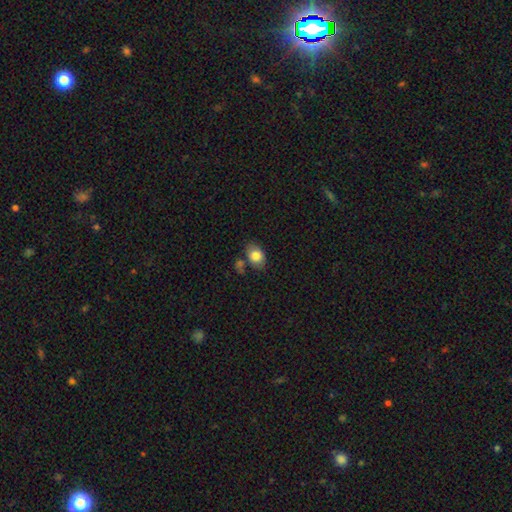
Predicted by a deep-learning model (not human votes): Morphology: type=smooth (82%); roundness=in between (73%); merging=none (64%).